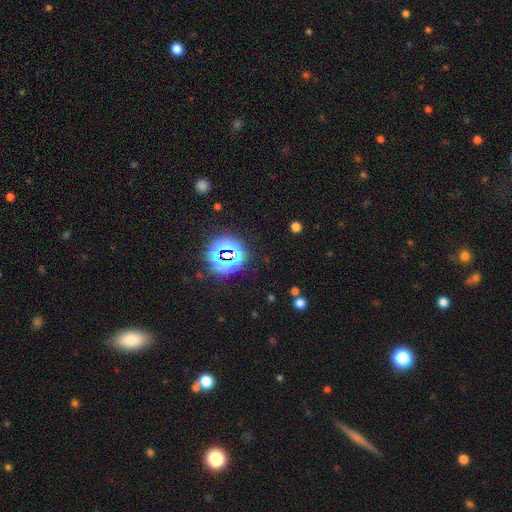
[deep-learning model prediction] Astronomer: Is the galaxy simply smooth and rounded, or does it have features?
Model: star or artifact — 76%.